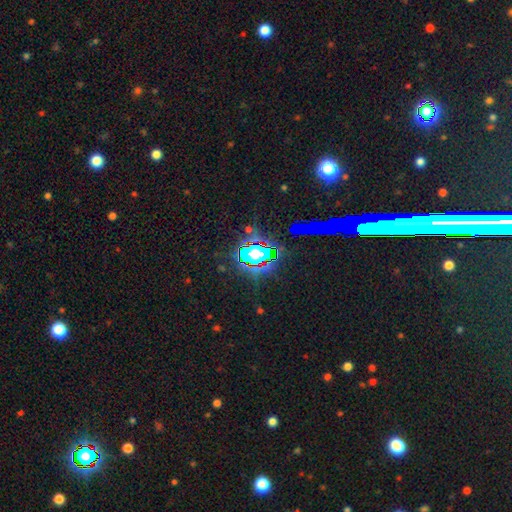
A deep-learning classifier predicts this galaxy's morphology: type=star or artifact (78%).